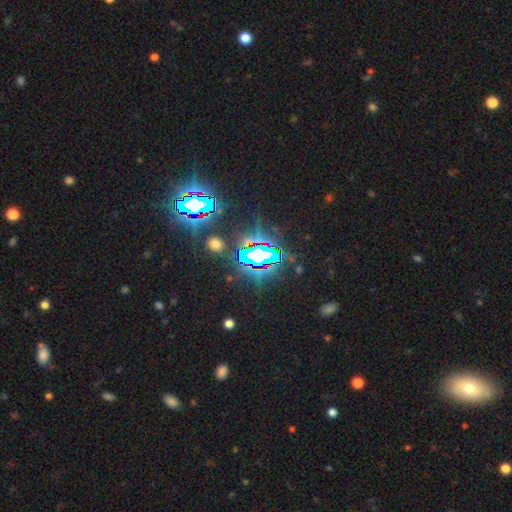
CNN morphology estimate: type=star or artifact (77%).